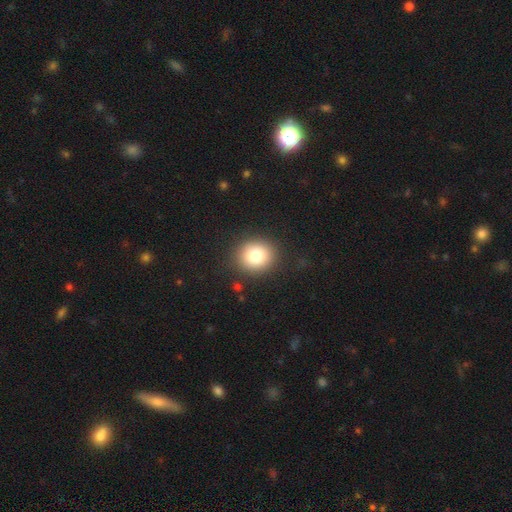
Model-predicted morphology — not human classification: smooth-or-featured: smooth: 82% | star or artifact: 10% | featured or disk: 8%
  how-rounded: round: 78% | in between: 21% | cigar-shaped: 1%
  merging: none: 88% | minor disturbance: 7% | major disturbance: 3% | merger: 1%